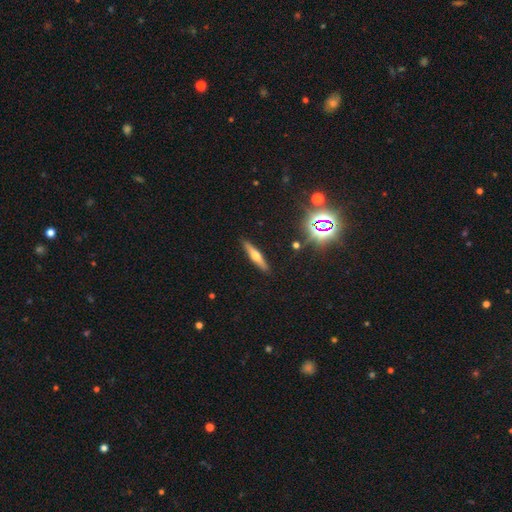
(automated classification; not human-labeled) smooth_or_featured: featured or disk (p=0.51) [alt: smooth p=0.39]
disk_edge_on: yes (p=0.93) [alt: no p=0.07]
merging: none (p=0.90) [alt: minor disturbance p=0.07]